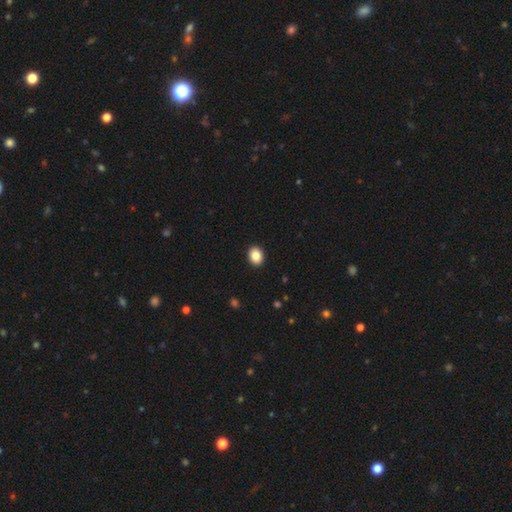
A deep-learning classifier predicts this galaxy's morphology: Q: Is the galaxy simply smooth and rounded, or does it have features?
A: smooth — 86%.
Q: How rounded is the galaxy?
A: in between — 57%.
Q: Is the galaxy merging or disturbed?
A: none — 92%.